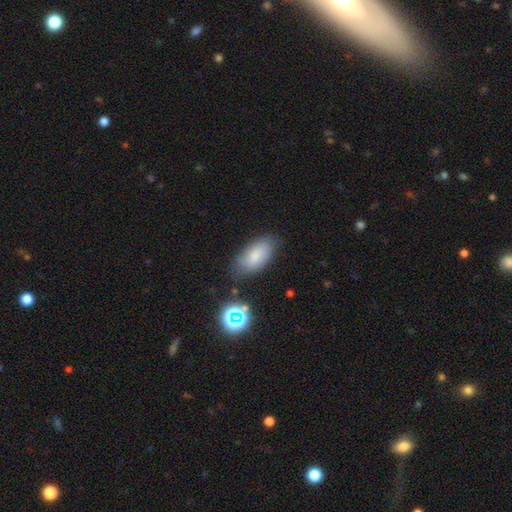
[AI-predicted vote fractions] This appears to be a smooth galaxy with no disk features (75%) that is in between round and cigar-shaped (92%). Merging: none (72%).